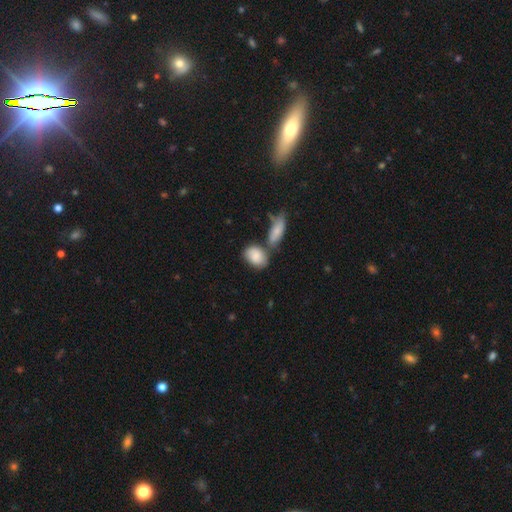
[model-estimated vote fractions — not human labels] The model was most divided on "merging": none: 43%, merger: 34%, minor disturbance: 17%, major disturbance: 6%. More confident: smooth or featured — smooth (81%); how rounded — in between (79%).